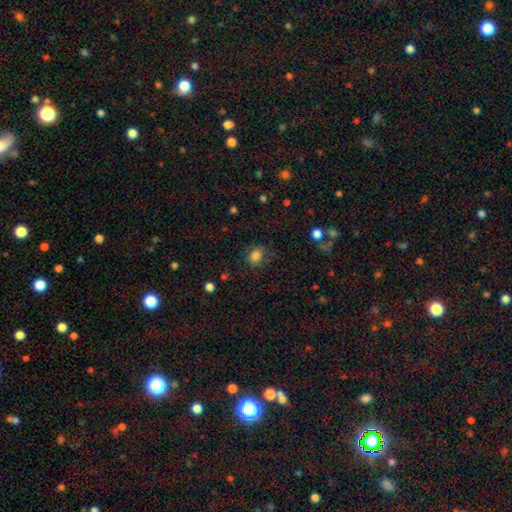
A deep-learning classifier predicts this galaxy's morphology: A smooth galaxy with no disk features (81%) that is in between round and cigar-shaped (55%).

Vote fractions:
- Smooth or featured? smooth: 81% / star or artifact: 11% / featured or disk: 9%
- How rounded? in between: 55% / round: 44% / cigar-shaped: 1%
- Merging? none: 76% / minor disturbance: 16% / major disturbance: 7% / merger: 2%